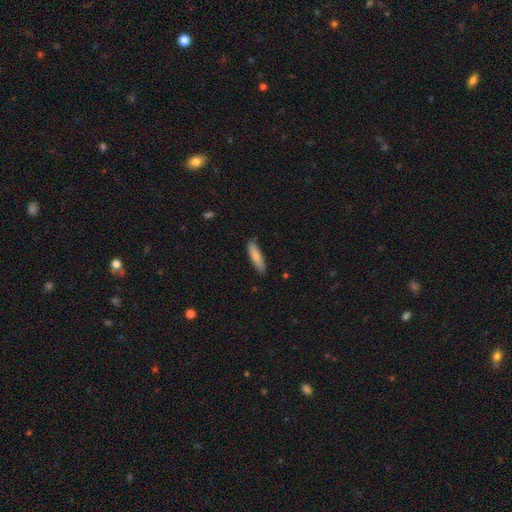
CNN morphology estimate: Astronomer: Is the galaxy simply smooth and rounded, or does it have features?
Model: smooth — 82%.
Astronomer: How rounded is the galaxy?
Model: cigar-shaped — 69%.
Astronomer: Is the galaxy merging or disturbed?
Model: none — 85%.